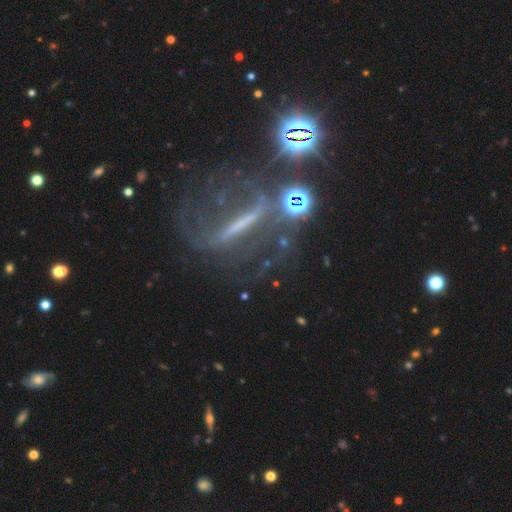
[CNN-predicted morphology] Smooth or featured? Predicted: featured or disk (p=0.57). Edge-on disk? Predicted: no (p=0.53). Merging? Predicted: none (p=0.53).